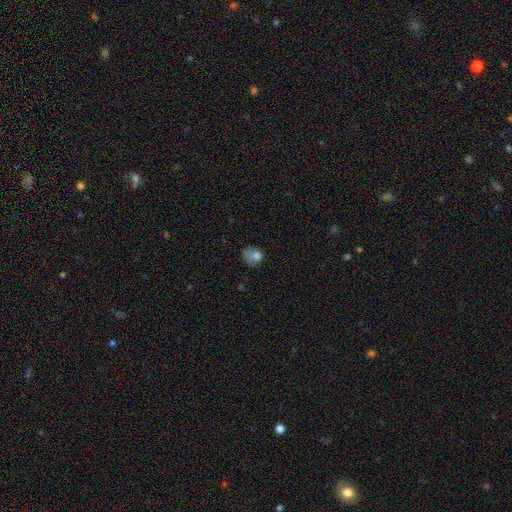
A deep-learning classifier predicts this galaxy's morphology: Smooth or featured? Predicted: smooth (p=0.73). How rounded? Predicted: round (p=0.55). Merging? Predicted: none (p=0.37).